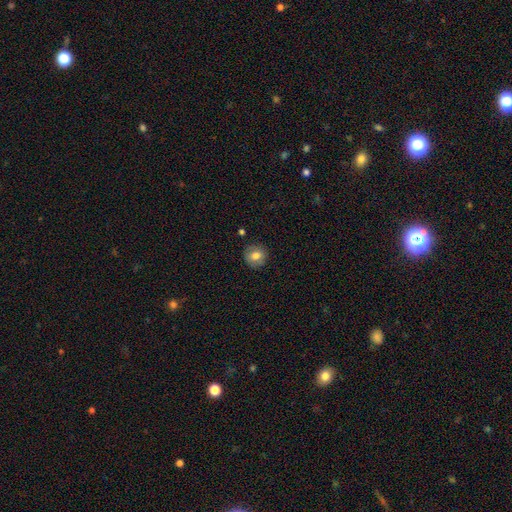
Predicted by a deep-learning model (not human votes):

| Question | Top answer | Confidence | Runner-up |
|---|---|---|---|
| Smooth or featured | smooth | 77% | featured or disk (14%) |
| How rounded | round | 90% | in between (10%) |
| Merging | none | 86% | minor disturbance (10%) |